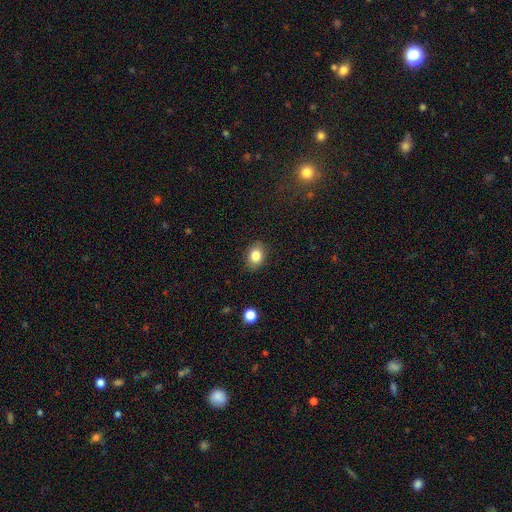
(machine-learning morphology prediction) Overall: smooth (83%). How rounded: in between (69%; round 30%). Merging: none (84%).